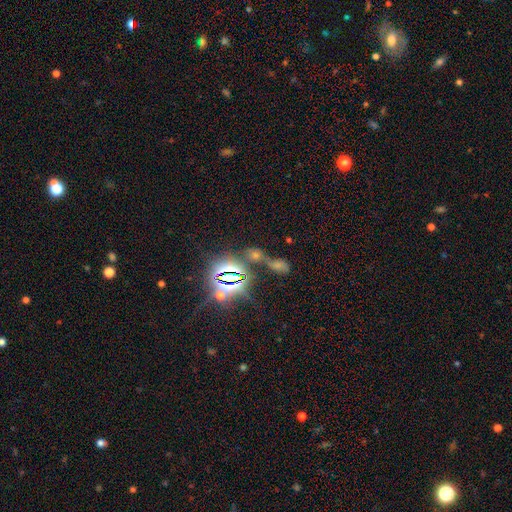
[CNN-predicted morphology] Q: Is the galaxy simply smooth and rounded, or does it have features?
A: star or artifact — 71%.